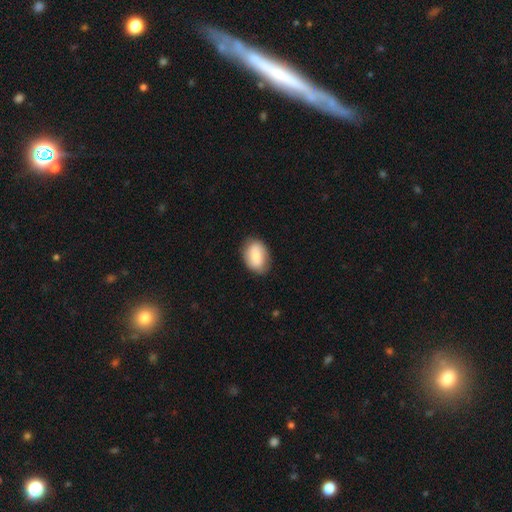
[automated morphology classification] Q: Smooth or featured?
A: smooth (77%); runner-up: featured or disk (17%)
Q: How rounded?
A: in between (80%); runner-up: round (18%)
Q: Merging?
A: none (81%); runner-up: minor disturbance (14%)